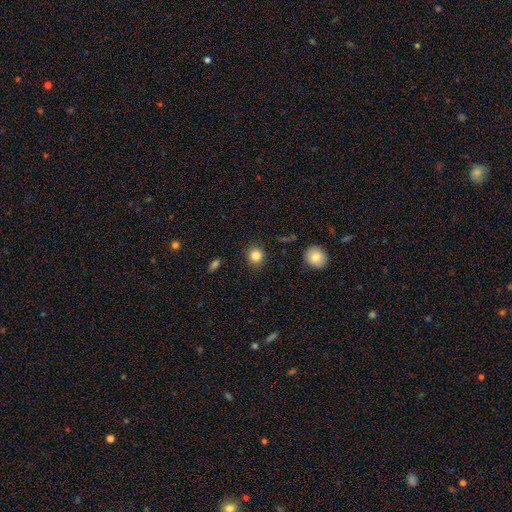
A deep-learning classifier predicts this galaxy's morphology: smooth_or_featured: smooth (p=0.84) [alt: star or artifact p=0.10]
how_rounded: round (p=0.88) [alt: in between p=0.11]
merging: none (p=0.90) [alt: minor disturbance p=0.06]